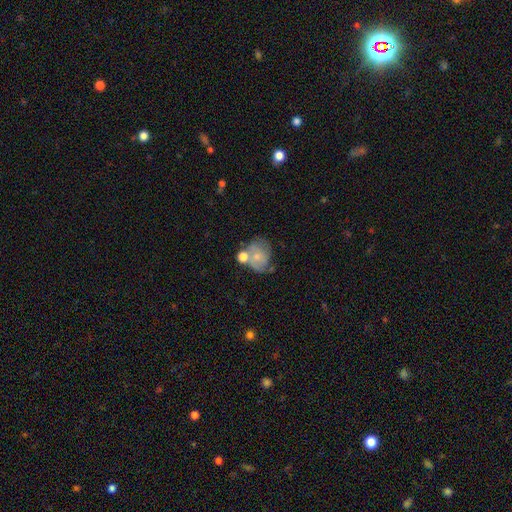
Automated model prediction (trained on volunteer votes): Q: Smooth or featured?
A: smooth (56%); runner-up: featured or disk (35%)
Q: How rounded?
A: round (53%); runner-up: in between (46%)
Q: Merging?
A: none (35%); runner-up: merger (30%)